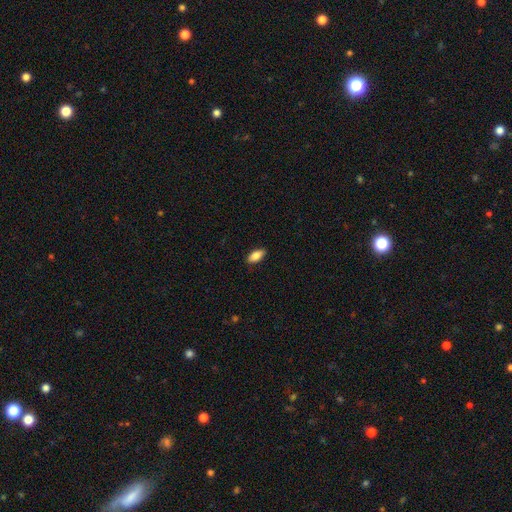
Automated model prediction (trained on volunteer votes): smooth-or-featured: smooth: 85% | featured or disk: 8% | star or artifact: 7%
  how-rounded: in between: 88% | cigar-shaped: 9% | round: 3%
  merging: none: 87% | minor disturbance: 10% | major disturbance: 2% | merger: 1%